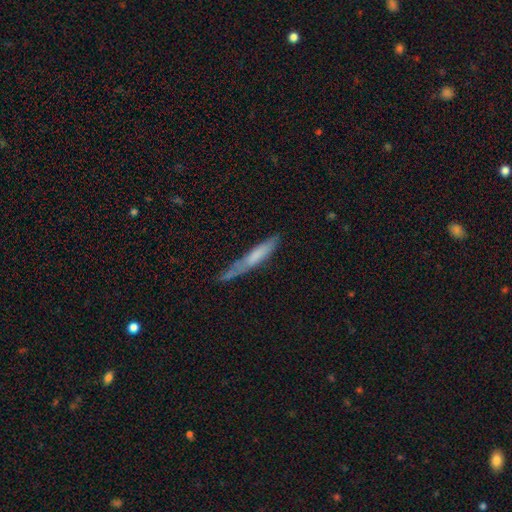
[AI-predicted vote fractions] Smooth or featured: smooth — 60% (featured or disk — 34%)
How rounded: cigar-shaped — 93% (in between — 6%)
Merging: none — 63% (minor disturbance — 26%)